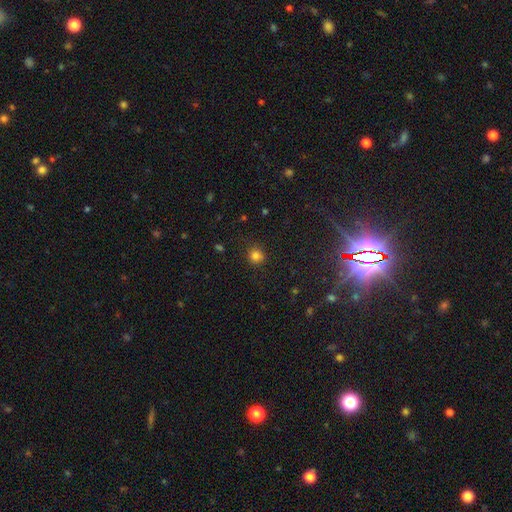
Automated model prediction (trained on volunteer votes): smooth-or-featured: smooth: 82% | star or artifact: 14% | featured or disk: 5%
  how-rounded: round: 90% | in between: 9% | cigar-shaped: 1%
  merging: none: 86% | minor disturbance: 10% | major disturbance: 3% | merger: 1%